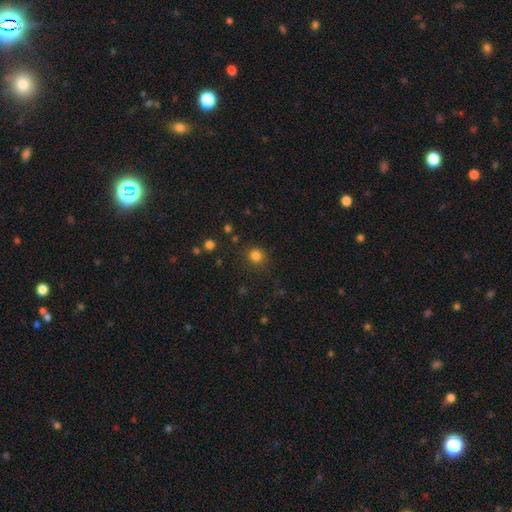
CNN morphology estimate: This appears to be a smooth galaxy with no disk features (82%) that is round (91%). Merging: none (85%).